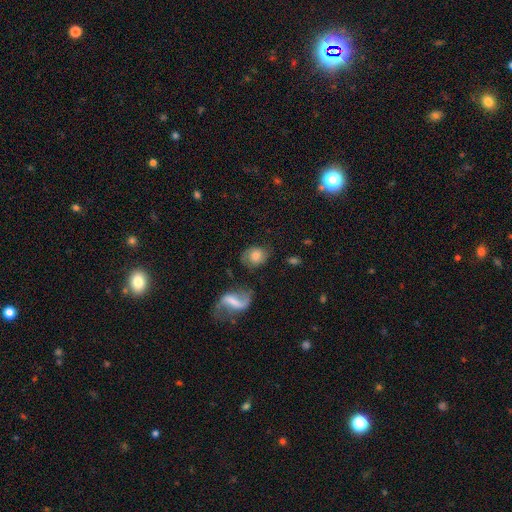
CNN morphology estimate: A smooth galaxy with no disk features (53%) that is round (57%). Merging: none (64%).